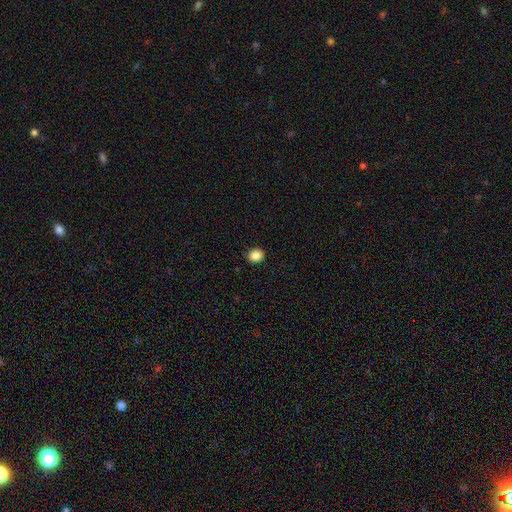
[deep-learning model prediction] Overall: smooth (86%). How rounded: round (75%). Merging: none (90%).